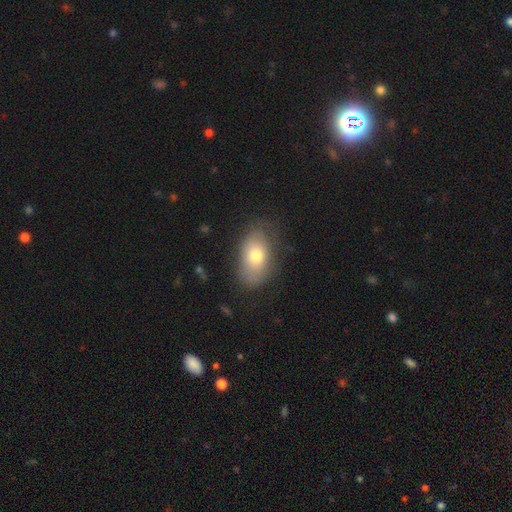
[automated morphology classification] type=smooth (71%); roundness=in between (90%); merging=none (73%).